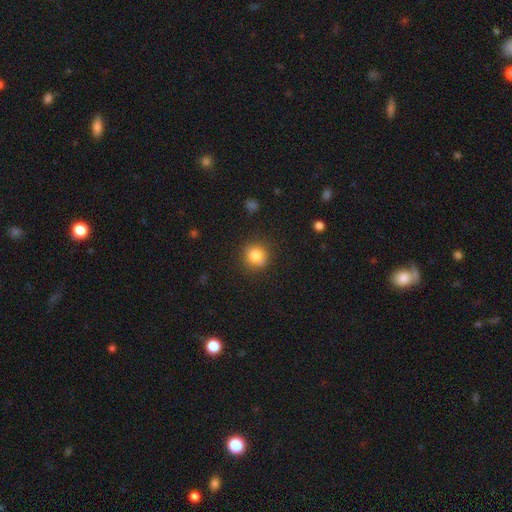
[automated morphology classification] type=smooth (83%); roundness=round (90%); merging=none (84%).